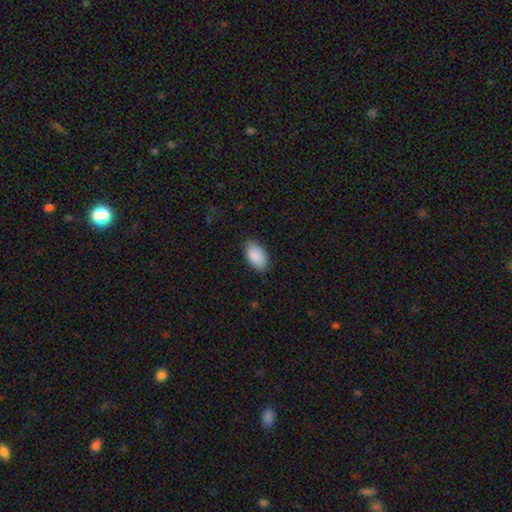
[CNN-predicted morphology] A smooth galaxy with no disk features (90%) that is in between round and cigar-shaped (95%).

Vote fractions:
- Smooth or featured? smooth: 90% / star or artifact: 6% / featured or disk: 4%
- How rounded? in between: 95% / round: 4% / cigar-shaped: 2%
- Merging? none: 84% / minor disturbance: 13% / major disturbance: 2% / merger: 1%